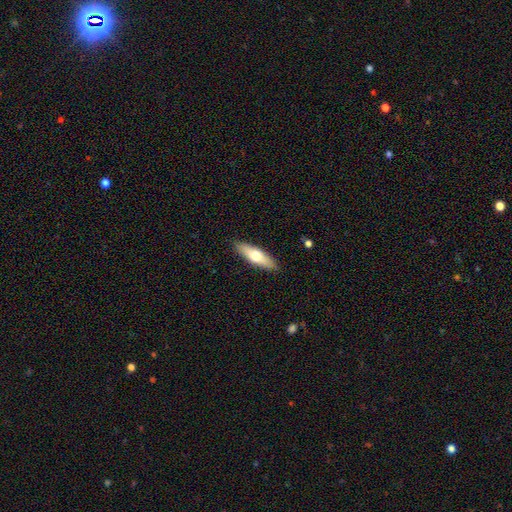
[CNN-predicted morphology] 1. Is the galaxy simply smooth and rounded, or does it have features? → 61% smooth, 34% featured or disk, 5% star or artifact.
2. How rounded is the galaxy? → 54% cigar-shaped, 44% in between, 2% round.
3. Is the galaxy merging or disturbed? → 88% none, 9% minor disturbance, 2% major disturbance, 1% merger.